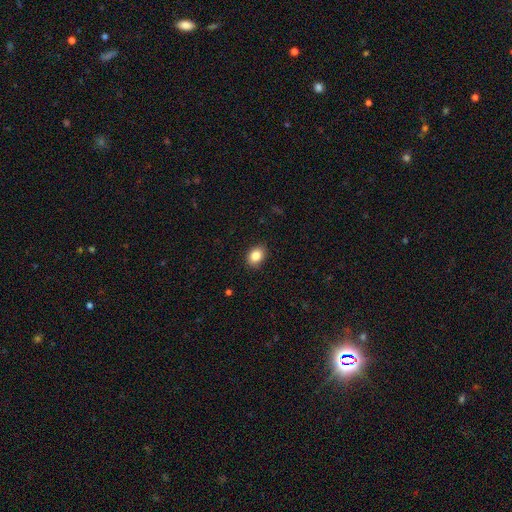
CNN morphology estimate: Smooth or featured: smooth — 85% (star or artifact — 9%)
How rounded: in between — 67% (round — 32%)
Merging: none — 89% (minor disturbance — 8%)